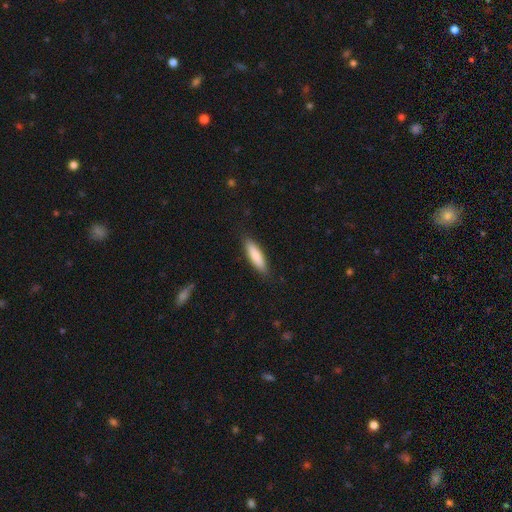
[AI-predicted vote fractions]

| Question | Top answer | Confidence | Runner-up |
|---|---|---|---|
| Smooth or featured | smooth | 83% | featured or disk (12%) |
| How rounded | cigar-shaped | 68% | in between (30%) |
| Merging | none | 87% | minor disturbance (10%) |